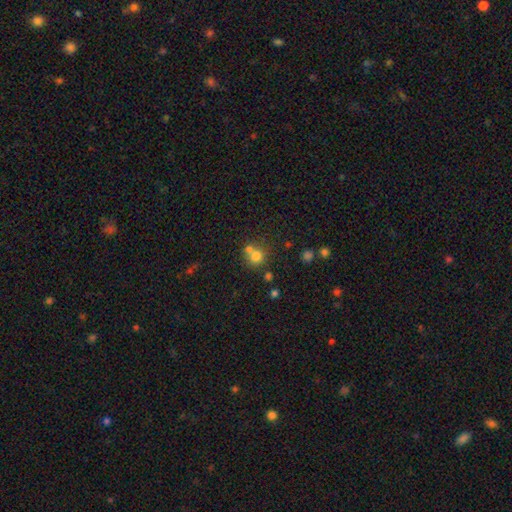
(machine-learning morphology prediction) This appears to be a smooth galaxy with no disk features (74%) that is round (87%). Merging: none (49%).